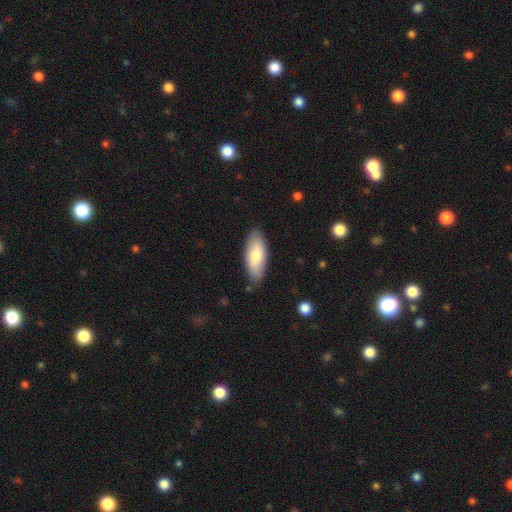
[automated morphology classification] smooth 78%, featured or disk 16%, star or artifact 5%. Down the decision tree: how rounded — in between (81%); merging — none (84%).